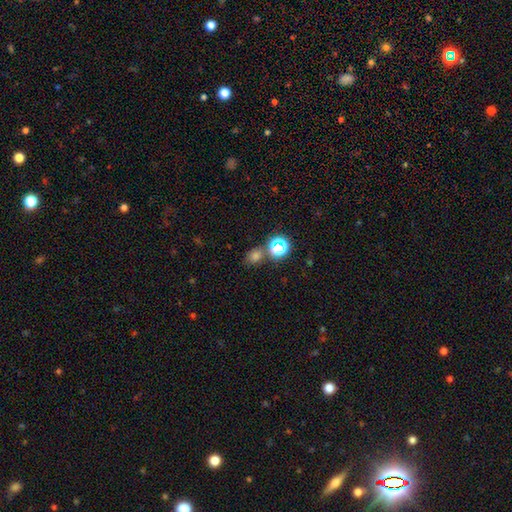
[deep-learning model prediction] This is possibly a smooth galaxy (57%). How rounded: likely round (65%). Merging: likely none (70%).